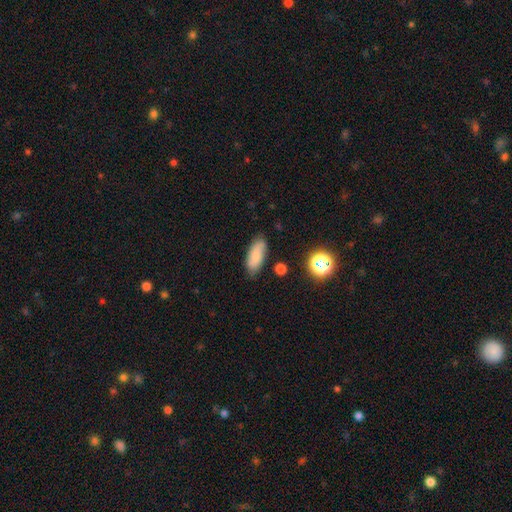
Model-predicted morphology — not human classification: Smooth or featured: smooth — 81% (featured or disk — 10%)
How rounded: in between — 77% (cigar-shaped — 20%)
Merging: none — 78% (minor disturbance — 16%)